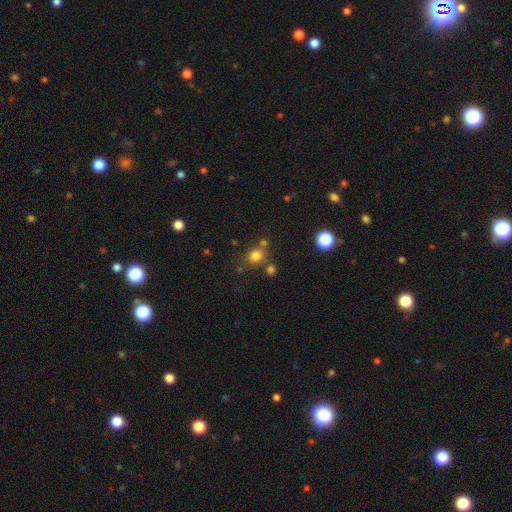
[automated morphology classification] Overall: smooth (78%). How rounded: round (80%). Merging: none (71%).